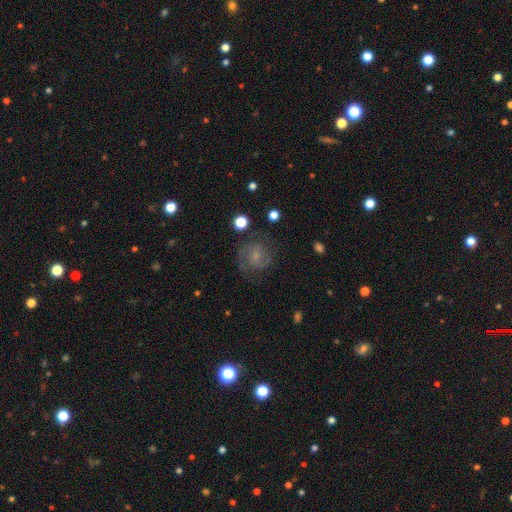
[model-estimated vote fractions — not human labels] A featured or disk galaxy (58%) with no bar (61%), spiral arms (86%) and a small central bulge (62%). Merging: none (71%).